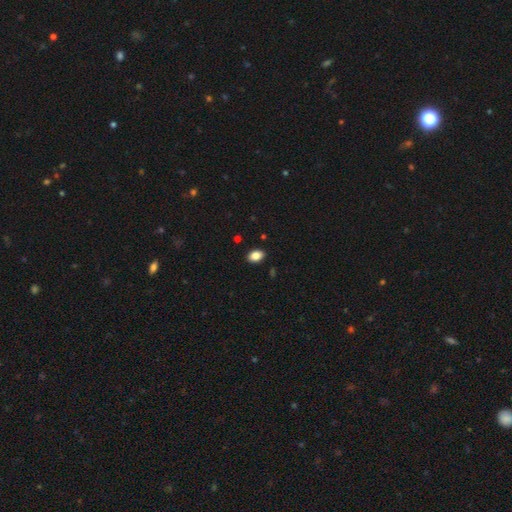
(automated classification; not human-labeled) Smooth or featured? smooth (86%)
How rounded? in between (85%)
Merging? none (90%)